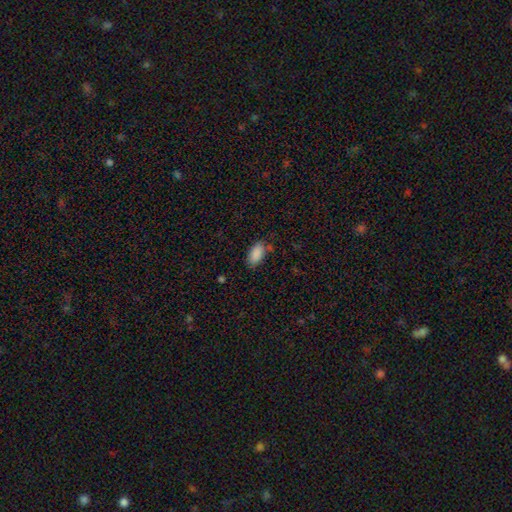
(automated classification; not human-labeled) A smooth galaxy with no disk features (89%) that is in between round and cigar-shaped (93%).

Vote fractions:
- Smooth or featured? smooth: 89% / star or artifact: 8% / featured or disk: 4%
- How rounded? in between: 93% / cigar-shaped: 4% / round: 3%
- Merging? none: 76% / minor disturbance: 17% / major disturbance: 4% / merger: 3%